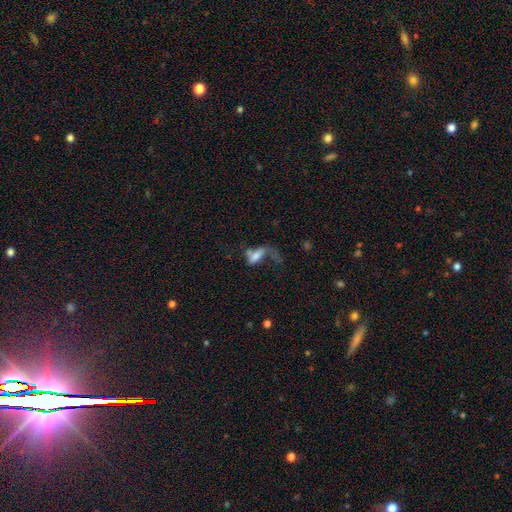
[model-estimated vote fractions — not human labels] The model was most divided on "smooth or featured": smooth: 54%, featured or disk: 36%, star or artifact: 11%. More confident: how rounded — in between (75%); merging — major disturbance (52%).